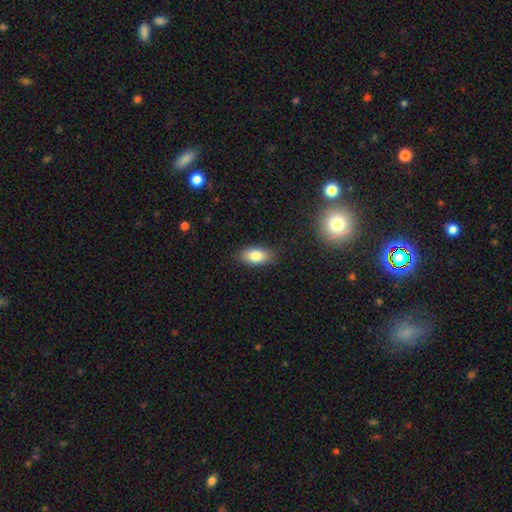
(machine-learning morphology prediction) Smooth or featured?
  - smooth: 81% *
  - featured or disk: 11%
  - star or artifact: 8%
How rounded?
  - in between: 90% *
  - cigar-shaped: 5%
  - round: 5%
Merging?
  - none: 86% *
  - minor disturbance: 10%
  - major disturbance: 2%
  - merger: 1%